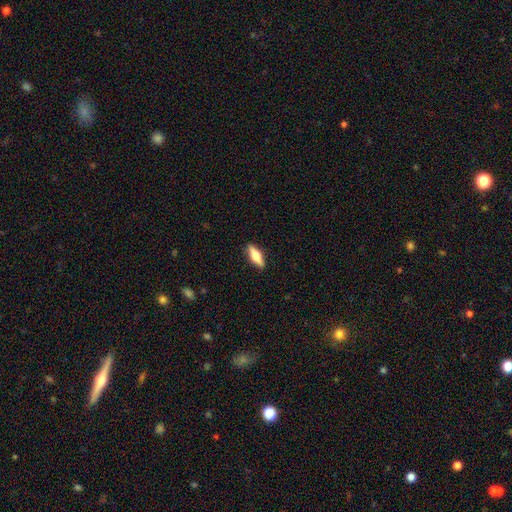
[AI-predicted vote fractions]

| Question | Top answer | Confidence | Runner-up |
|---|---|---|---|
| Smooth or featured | smooth | 47% | tied: featured or disk (47%) |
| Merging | none | 88% | minor disturbance (9%) |